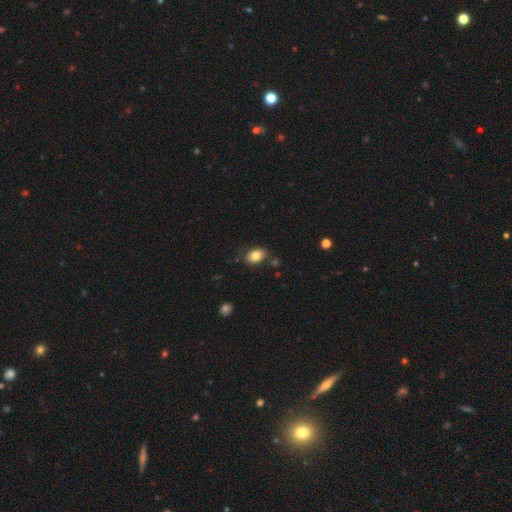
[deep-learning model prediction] This is clearly a smooth galaxy (81%). How rounded: clearly in between (81%). Merging: likely none (80%).